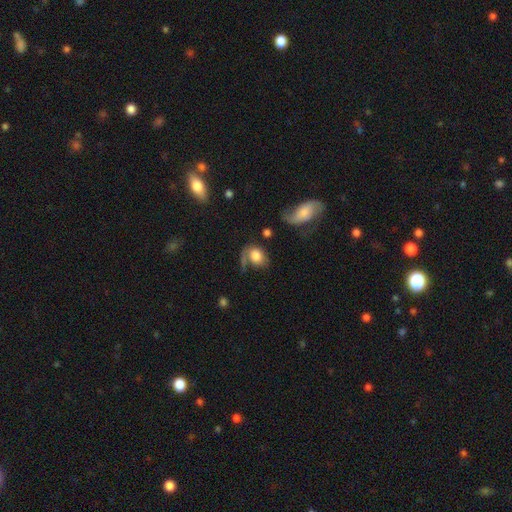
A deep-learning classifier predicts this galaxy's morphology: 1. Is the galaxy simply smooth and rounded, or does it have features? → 69% smooth, 23% featured or disk, 8% star or artifact.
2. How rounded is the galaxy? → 58% in between, 41% round, 2% cigar-shaped.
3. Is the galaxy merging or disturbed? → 38% none, 27% major disturbance, 22% minor disturbance, 13% merger.